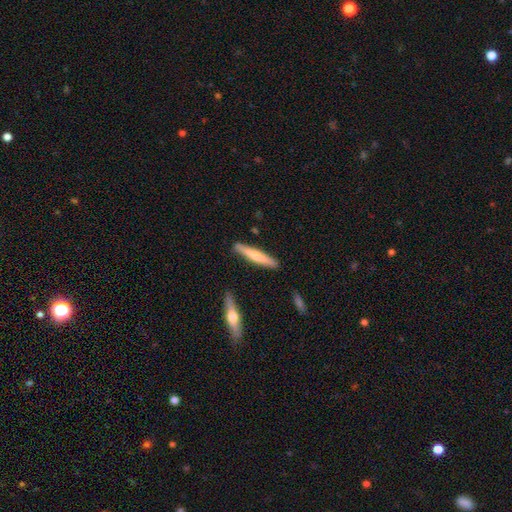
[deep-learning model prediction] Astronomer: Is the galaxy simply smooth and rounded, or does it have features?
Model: smooth — 55% (runner-up: featured or disk, 40%).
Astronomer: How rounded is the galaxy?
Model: cigar-shaped — 92%.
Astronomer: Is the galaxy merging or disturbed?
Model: none — 88%.